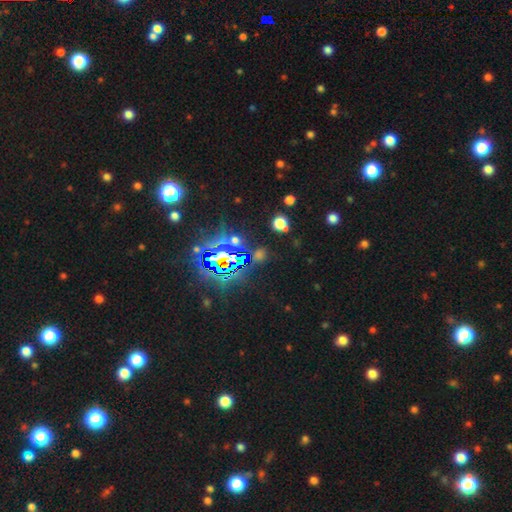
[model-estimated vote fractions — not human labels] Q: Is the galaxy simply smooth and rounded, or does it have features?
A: star or artifact — 80%.